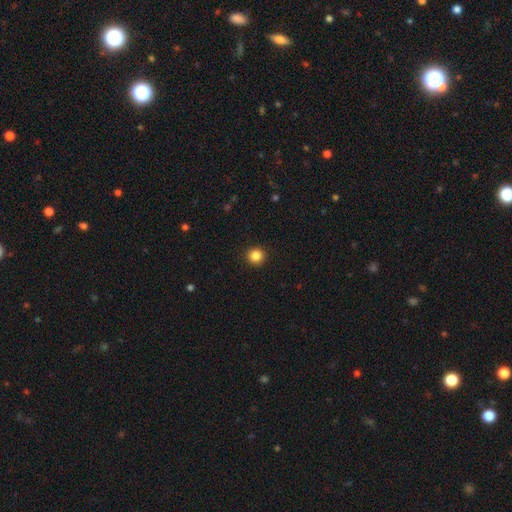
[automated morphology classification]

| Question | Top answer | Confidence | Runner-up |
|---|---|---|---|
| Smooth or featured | smooth | 86% | star or artifact (11%) |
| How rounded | round | 94% | in between (5%) |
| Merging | none | 93% | minor disturbance (5%) |